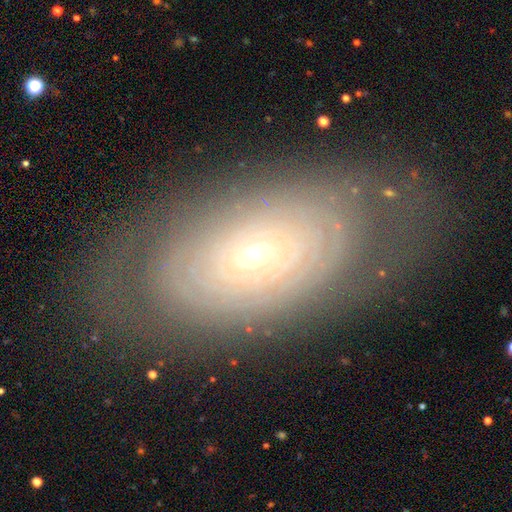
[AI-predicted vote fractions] Smooth or featured: featured or disk — 69% (smooth — 22%)
Edge-on disk: no — 93% (yes — 7%)
Bar: no — 84% (weak — 12%)
Spiral arms: yes — 69% (no — 31%)
Bulge size: small — 76% (moderate — 21%)
Merging: none — 77% (minor disturbance — 15%)